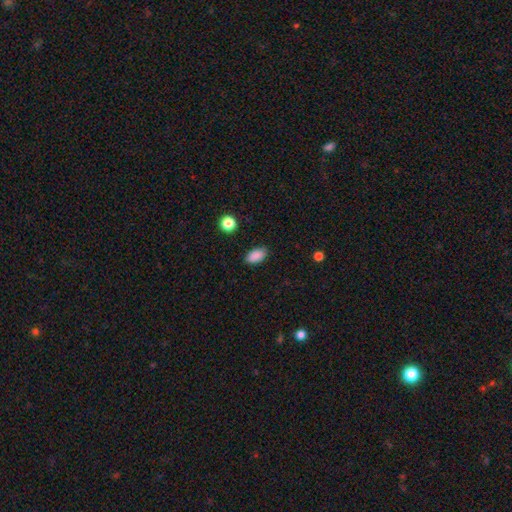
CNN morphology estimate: Smooth or featured? smooth (88%)
How rounded? in between (91%)
Merging? none (86%)